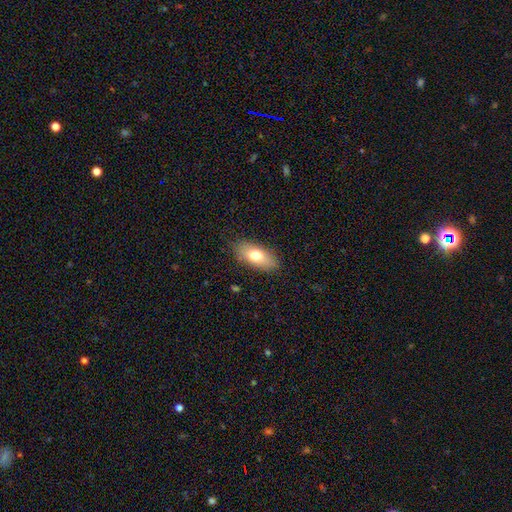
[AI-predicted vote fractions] A smooth galaxy with no disk features (73%) that is in between round and cigar-shaped (83%). Merging: none (85%).